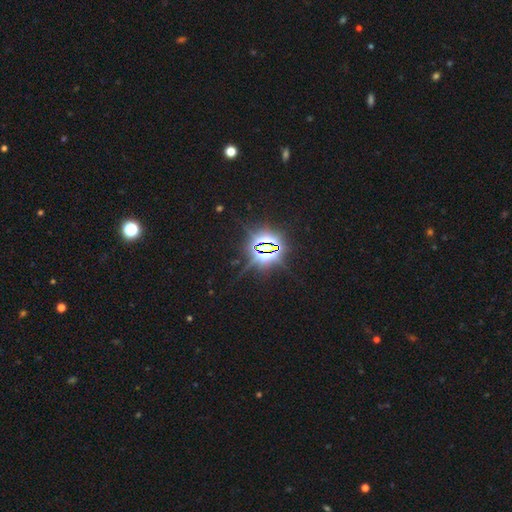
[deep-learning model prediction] Smooth or featured: star or artifact — 84% (smooth — 9%)